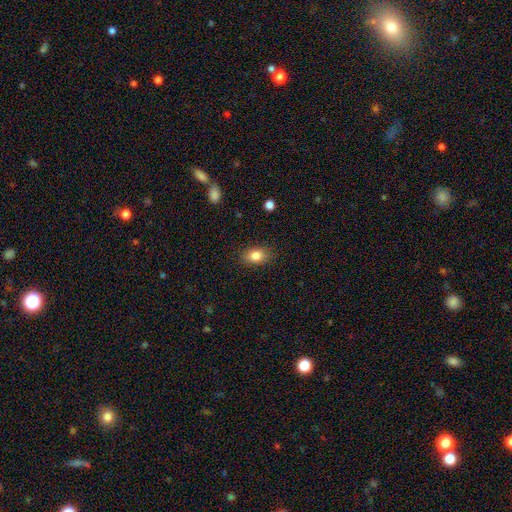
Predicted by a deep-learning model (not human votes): Morphology: type=smooth (83%); roundness=in between (80%); merging=none (85%).